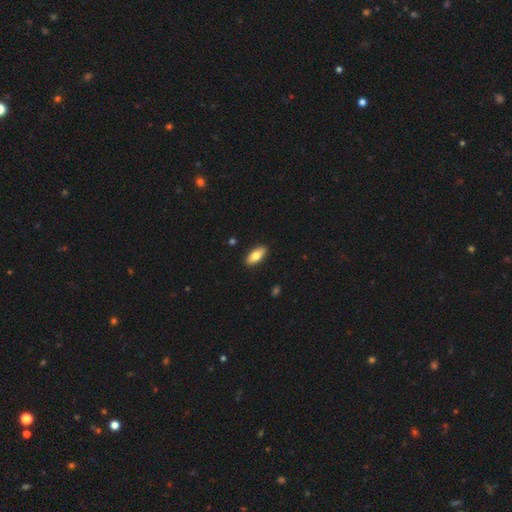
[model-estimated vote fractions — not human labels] A smooth galaxy with no disk features (73%) that is in between round and cigar-shaped (78%). Merging: none (90%).